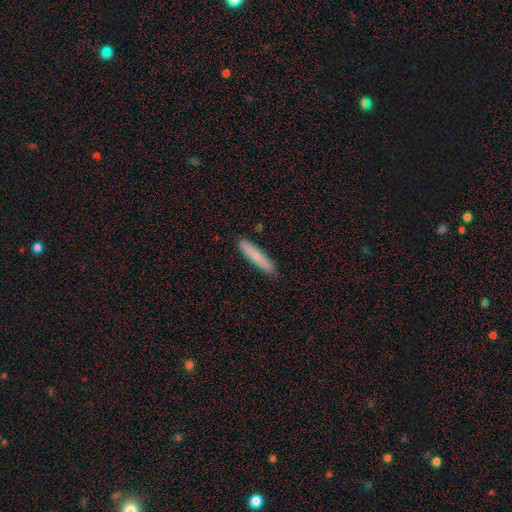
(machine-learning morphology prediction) Smooth or featured: smooth — 80% (featured or disk — 14%)
How rounded: cigar-shaped — 90% (in between — 8%)
Merging: none — 89% (minor disturbance — 9%)